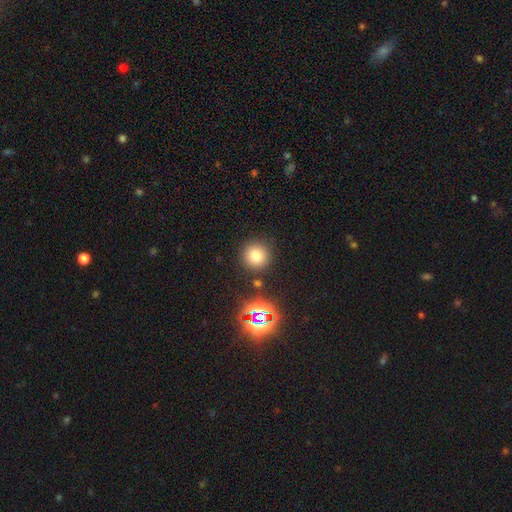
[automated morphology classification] smooth-or-featured: smooth: 74% | star or artifact: 18% | featured or disk: 8%
  how-rounded: round: 95% | in between: 4% | cigar-shaped: 1%
  merging: none: 87% | minor disturbance: 7% | merger: 4% | major disturbance: 3%